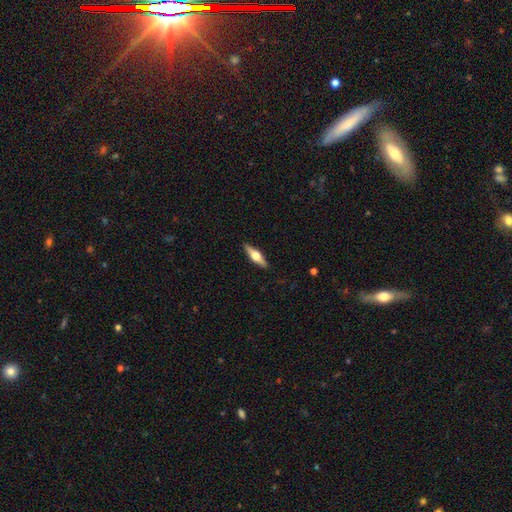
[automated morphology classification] type=featured or disk (60%); edge-on=yes (95%); edge-on bulge=rounded (94%); merging=none (90%).